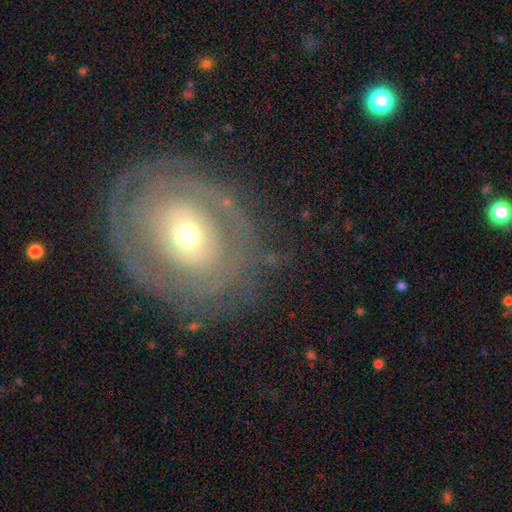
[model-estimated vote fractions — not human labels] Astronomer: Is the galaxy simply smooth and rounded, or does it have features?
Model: featured or disk — 71%.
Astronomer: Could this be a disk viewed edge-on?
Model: no — 94%.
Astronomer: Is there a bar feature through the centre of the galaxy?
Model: no — 77%.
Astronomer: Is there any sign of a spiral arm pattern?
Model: yes — 59% (runner-up: no, 41%).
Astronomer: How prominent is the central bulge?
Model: moderate — 52% (runner-up: small, 40%).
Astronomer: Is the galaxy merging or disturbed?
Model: none — 75%.